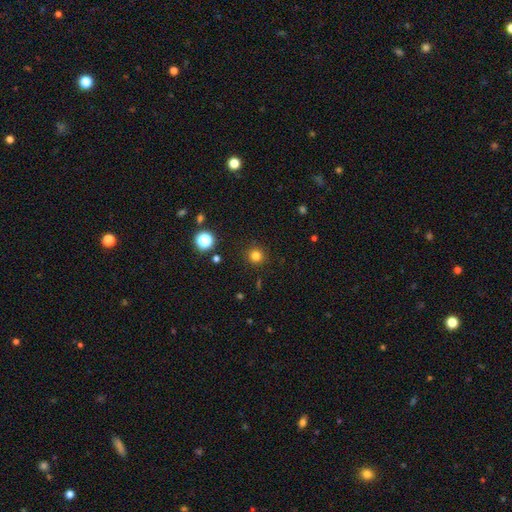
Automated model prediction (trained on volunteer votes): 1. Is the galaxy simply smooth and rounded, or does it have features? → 81% smooth, 14% star or artifact, 5% featured or disk.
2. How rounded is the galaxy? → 95% round, 4% in between, 1% cigar-shaped.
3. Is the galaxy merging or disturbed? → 91% none, 5% minor disturbance, 2% major disturbance, 1% merger.